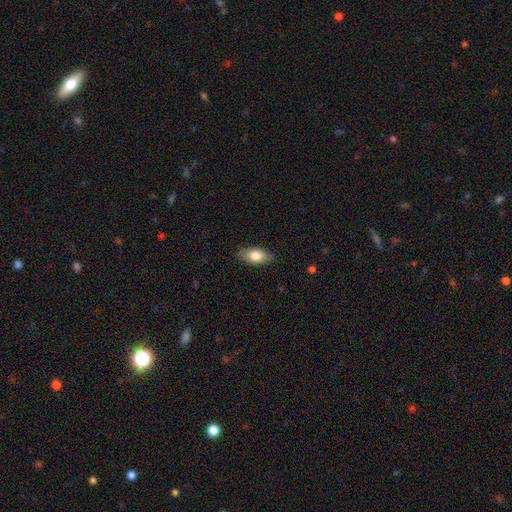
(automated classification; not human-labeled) smooth 79%, featured or disk 14%, star or artifact 7%. Down the decision tree: how rounded — in between (88%); merging — none (86%).